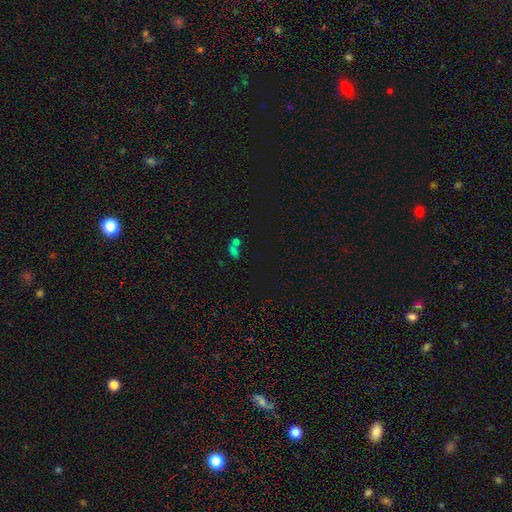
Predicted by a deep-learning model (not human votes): Smooth or featured? smooth (49%)
Merging? merger (53%)